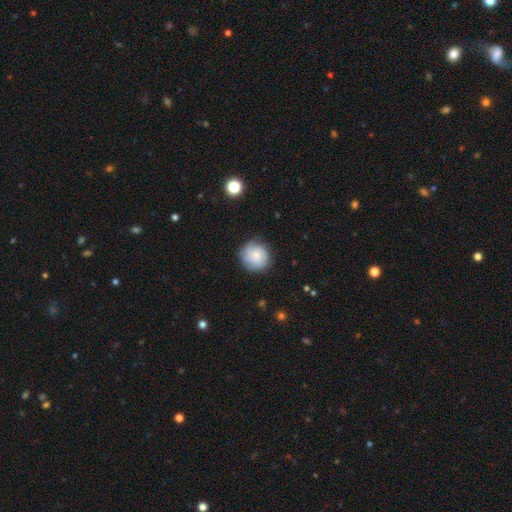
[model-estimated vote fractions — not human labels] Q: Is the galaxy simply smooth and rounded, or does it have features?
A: smooth — 48%.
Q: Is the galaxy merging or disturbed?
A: none — 78%.